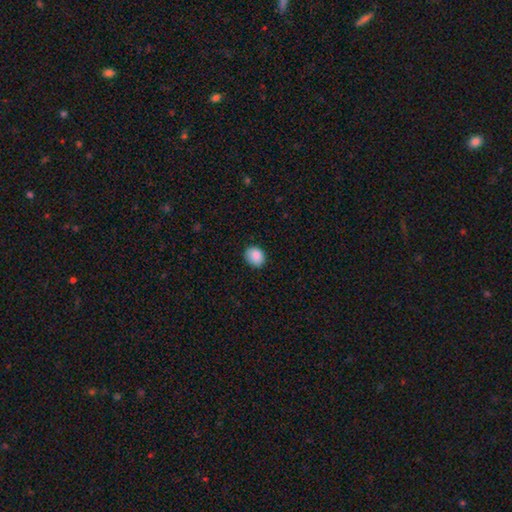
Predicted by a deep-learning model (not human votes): A smooth galaxy with no disk features (88%) that is round (54%).

Vote fractions:
- Smooth or featured? smooth: 88% / star or artifact: 8% / featured or disk: 4%
- How rounded? round: 54% / in between: 45% / cigar-shaped: 1%
- Merging? none: 84% / minor disturbance: 13% / major disturbance: 2% / merger: 1%